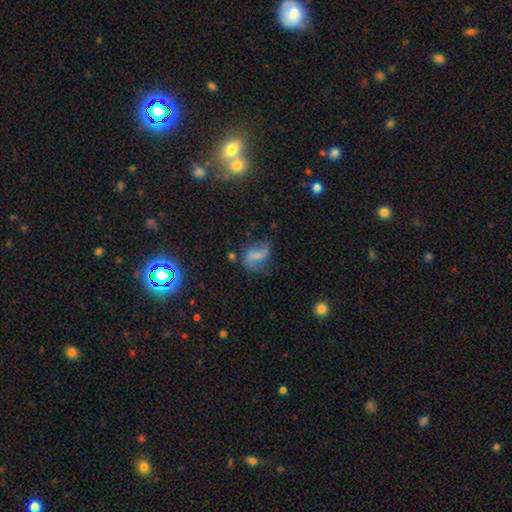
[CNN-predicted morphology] Overall: featured or disk (47%; smooth 41%). Merging: none (40%; major disturbance 29%).